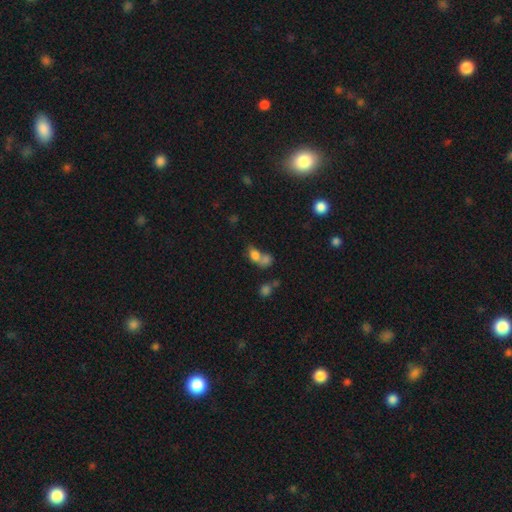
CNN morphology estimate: smooth 70%, star or artifact 16%, featured or disk 14%. Down the decision tree: how rounded — in between (67%); merging — merger (58%).